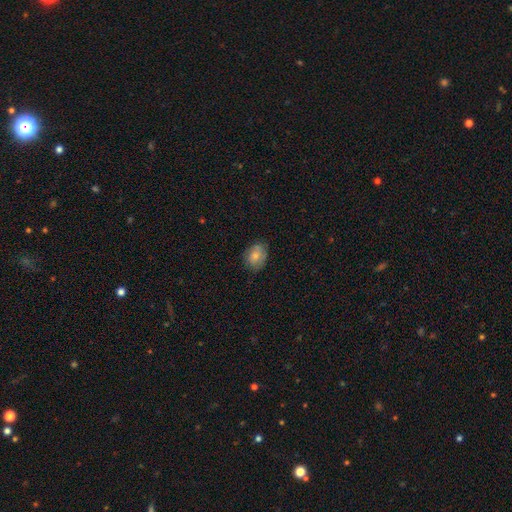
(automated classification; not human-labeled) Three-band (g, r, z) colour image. It shows a smooth galaxy with no disk features (78%) that is in between round and cigar-shaped (60%). Merging: none (75%).